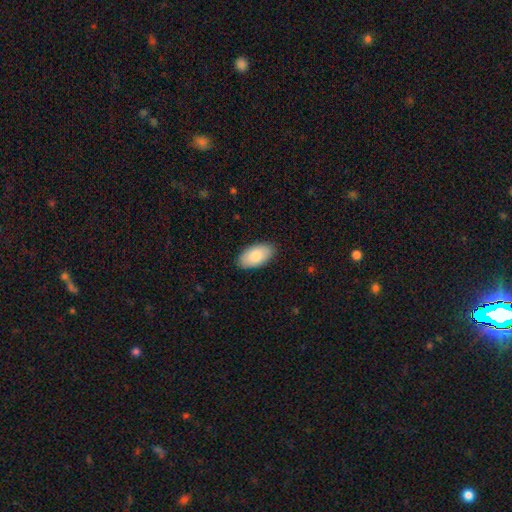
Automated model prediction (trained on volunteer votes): Smooth or featured? smooth (84%)
How rounded? in between (95%)
Merging? none (87%)